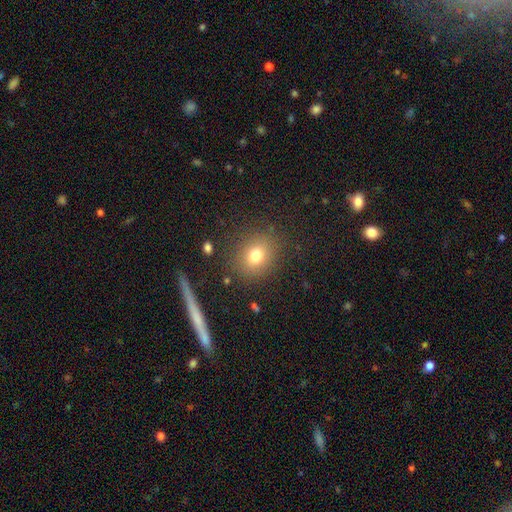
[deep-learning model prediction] A smooth galaxy with no disk features (76%) that is round (66%). Merging: none (84%).